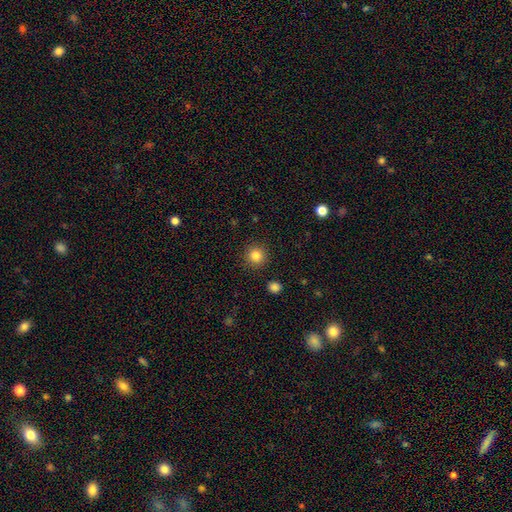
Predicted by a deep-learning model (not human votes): Overall: smooth (84%). How rounded: round (93%). Merging: none (91%).